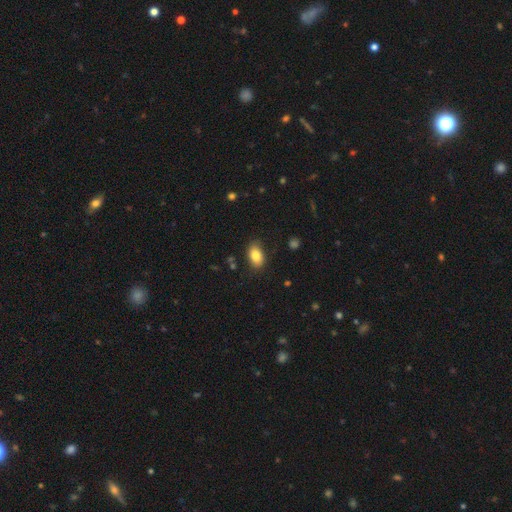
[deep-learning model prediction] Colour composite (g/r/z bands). It shows a smooth galaxy with no disk features (84%) that is in between round and cigar-shaped (89%). Merging: none (82%).